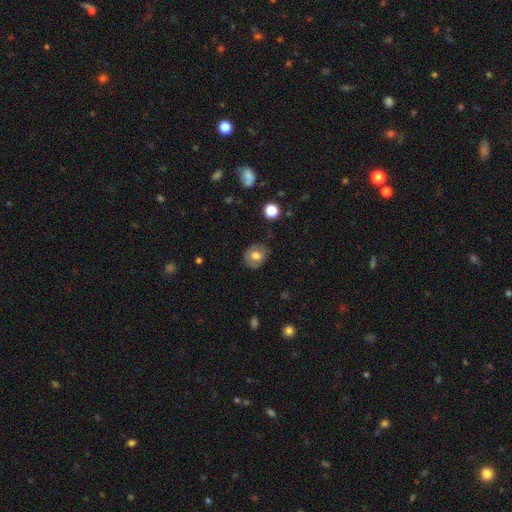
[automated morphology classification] Smooth or featured?
  - smooth: 63% *
  - featured or disk: 28%
  - star or artifact: 9%
How rounded?
  - round: 62% *
  - in between: 37%
  - cigar-shaped: 1%
Merging?
  - none: 74% *
  - minor disturbance: 18%
  - major disturbance: 6%
  - merger: 1%